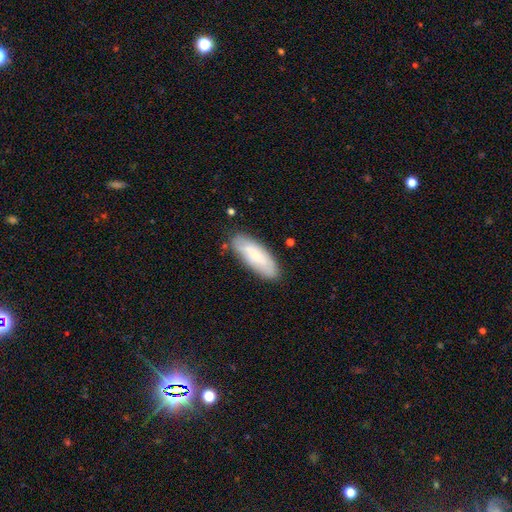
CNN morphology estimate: Overall: smooth (64%; featured or disk 30%). How rounded: in between (68%; cigar-shaped 30%). Merging: none (79%).